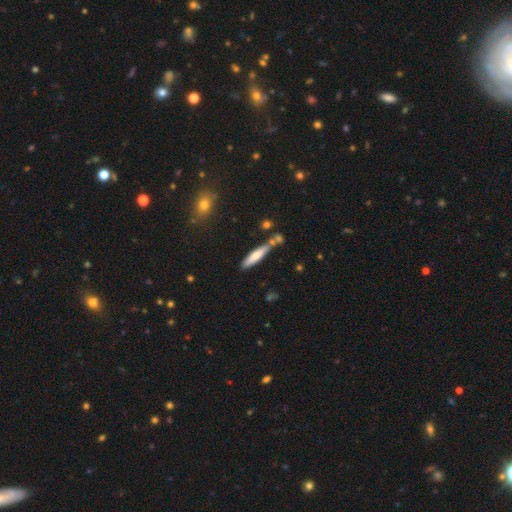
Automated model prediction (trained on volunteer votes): This appears to be a smooth galaxy with no disk features (70%) that is cigar-shaped (84%). Merging: none (70%).